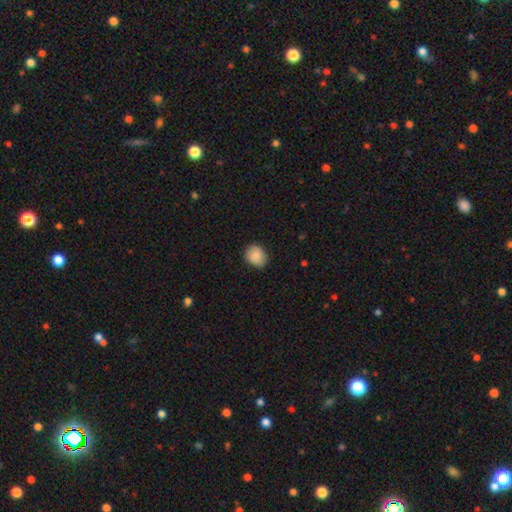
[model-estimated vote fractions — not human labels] The model was most divided on "how rounded": round: 64%, in between: 35%, cigar-shaped: 1%. More confident: smooth or featured — smooth (87%); merging — none (86%).